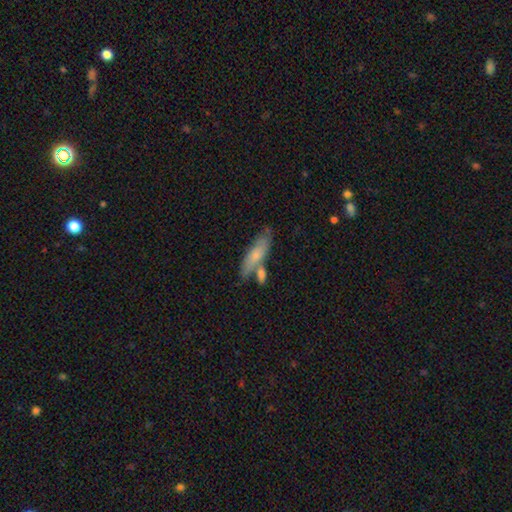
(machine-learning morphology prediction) type=smooth (66%); roundness=in between (49%, tied with cigar-shaped); merging=none (52%).